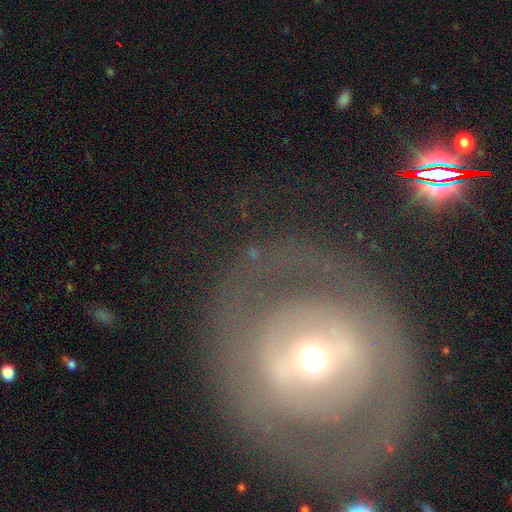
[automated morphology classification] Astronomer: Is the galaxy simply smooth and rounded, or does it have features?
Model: featured or disk — 59%.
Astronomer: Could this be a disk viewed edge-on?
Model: no — 94%.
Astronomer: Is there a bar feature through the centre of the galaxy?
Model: no — 46% (runner-up: weak, 31%).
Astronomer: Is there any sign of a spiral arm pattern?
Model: no — 60% (runner-up: yes, 40%).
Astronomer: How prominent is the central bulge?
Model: moderate — 60%.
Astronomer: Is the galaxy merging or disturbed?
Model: none — 67%.